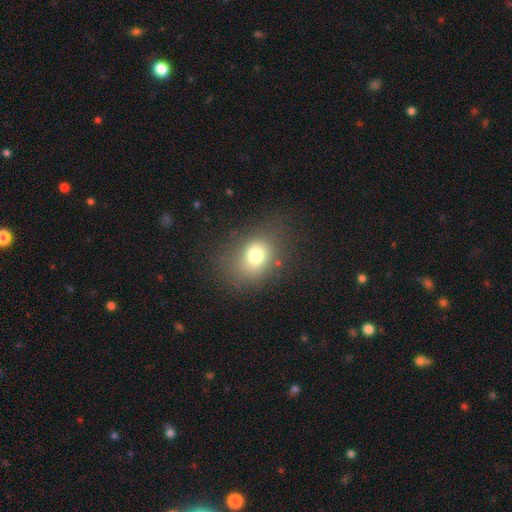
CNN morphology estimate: Smooth or featured? Predicted: smooth (p=0.74). How rounded? Predicted: in between (p=0.50). Merging? Predicted: none (p=0.74).